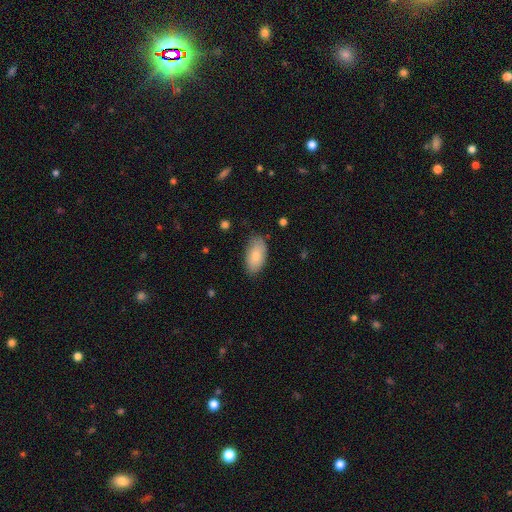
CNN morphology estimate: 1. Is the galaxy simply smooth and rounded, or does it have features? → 80% smooth, 14% featured or disk, 6% star or artifact.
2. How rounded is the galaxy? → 94% in between, 3% round, 3% cigar-shaped.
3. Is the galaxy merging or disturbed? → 79% none, 17% minor disturbance, 3% major disturbance, 1% merger.